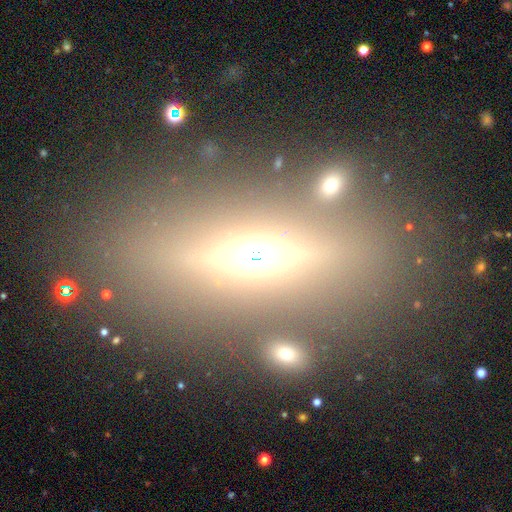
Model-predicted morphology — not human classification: This appears to be a featured or disk galaxy (44%). Merging: none (74%).